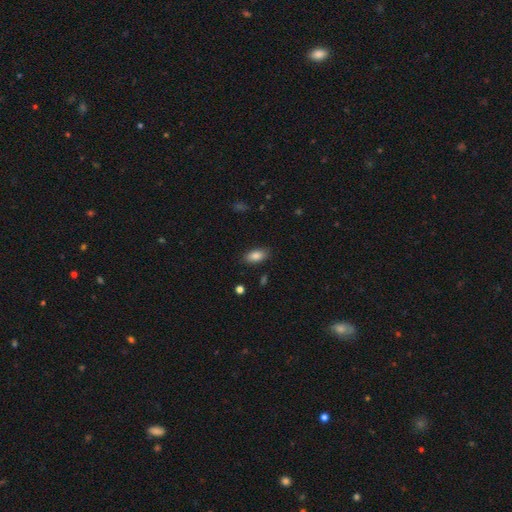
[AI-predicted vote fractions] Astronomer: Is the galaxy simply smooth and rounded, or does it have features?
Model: smooth — 86%.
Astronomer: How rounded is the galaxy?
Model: in between — 91%.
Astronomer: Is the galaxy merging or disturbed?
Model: none — 85%.